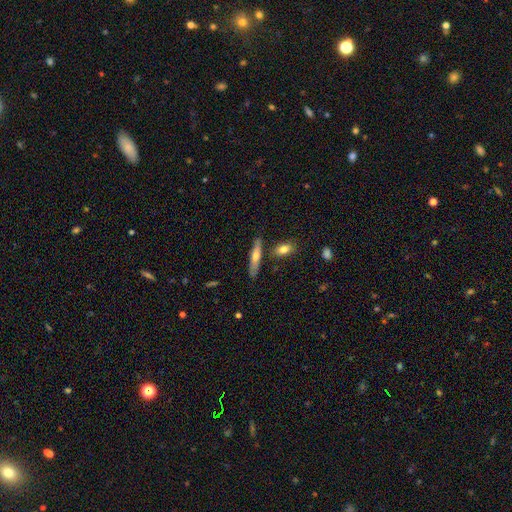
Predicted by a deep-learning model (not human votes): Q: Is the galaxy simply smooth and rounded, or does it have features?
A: smooth — 55%.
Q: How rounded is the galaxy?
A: cigar-shaped — 79%.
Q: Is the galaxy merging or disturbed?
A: none — 75%.